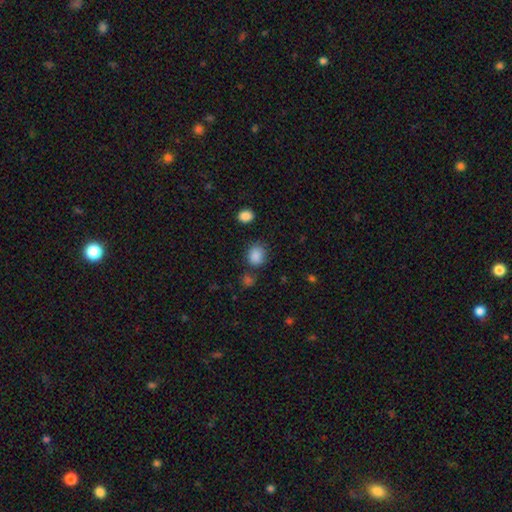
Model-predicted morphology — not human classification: smooth_or_featured: smooth (p=0.86) [alt: star or artifact p=0.10]
how_rounded: round (p=0.65) [alt: in between p=0.34]
merging: none (p=0.75) [alt: minor disturbance p=0.15]